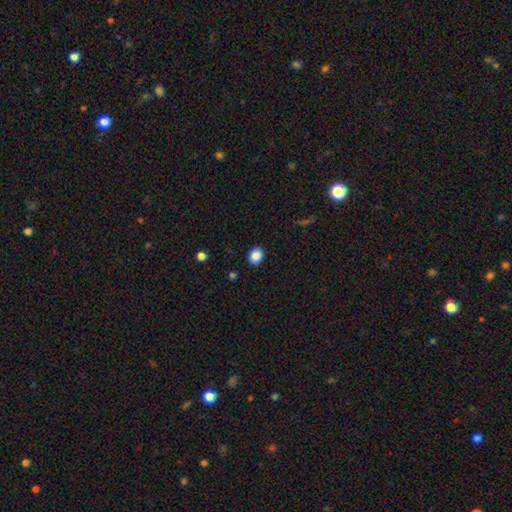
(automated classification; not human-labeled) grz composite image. It shows a smooth galaxy with no disk features (87%) that is round (53%). Merging: none (90%).